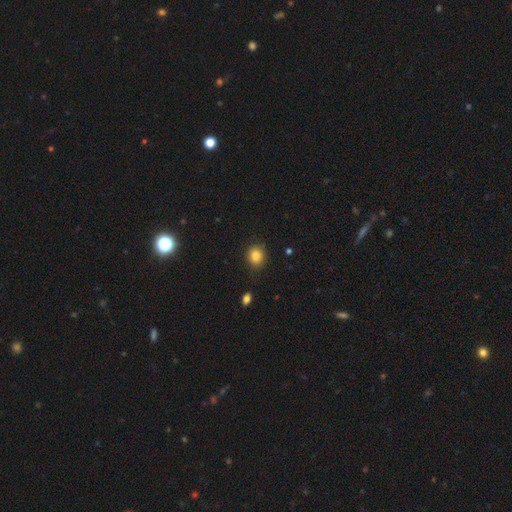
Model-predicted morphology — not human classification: A smooth galaxy with no disk features (85%) that is round (74%). Merging: none (83%).